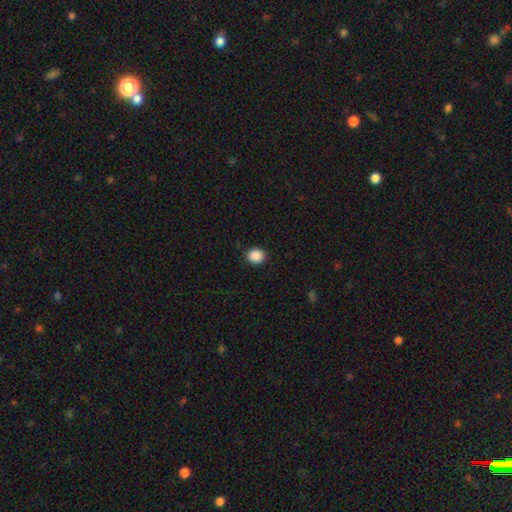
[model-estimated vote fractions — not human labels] Q: Smooth or featured?
A: smooth (89%); runner-up: star or artifact (9%)
Q: How rounded?
A: round (70%); runner-up: in between (29%)
Q: Merging?
A: none (90%); runner-up: minor disturbance (7%)